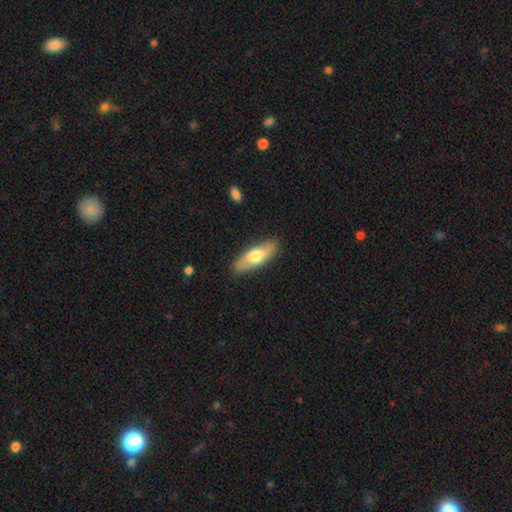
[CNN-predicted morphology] The model was most divided on "how rounded": in between: 64%, cigar-shaped: 33%, round: 2%. More confident: merging — none (85%); smooth or featured — smooth (69%).